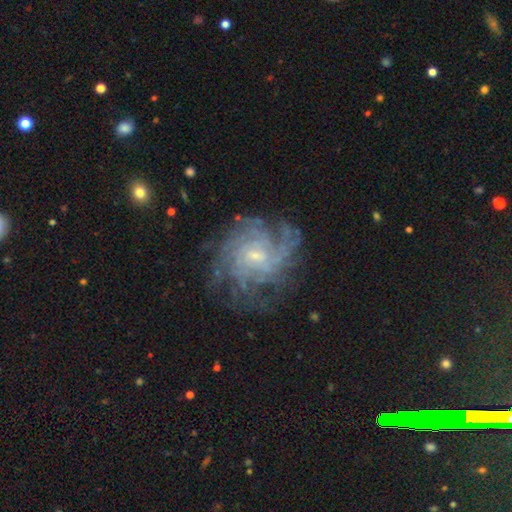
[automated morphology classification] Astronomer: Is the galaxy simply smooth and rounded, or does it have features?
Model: featured or disk — 85%.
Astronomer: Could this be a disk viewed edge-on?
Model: no — 98%.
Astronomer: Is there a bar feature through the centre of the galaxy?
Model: no — 49% (runner-up: weak, 43%).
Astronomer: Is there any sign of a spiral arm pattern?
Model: yes — 95%.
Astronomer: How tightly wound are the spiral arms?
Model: tight — 61%.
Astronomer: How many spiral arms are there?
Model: can't tell — 37% (runner-up: 4, 20%).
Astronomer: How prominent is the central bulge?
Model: small — 72%.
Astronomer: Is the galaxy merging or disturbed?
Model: none — 70%.